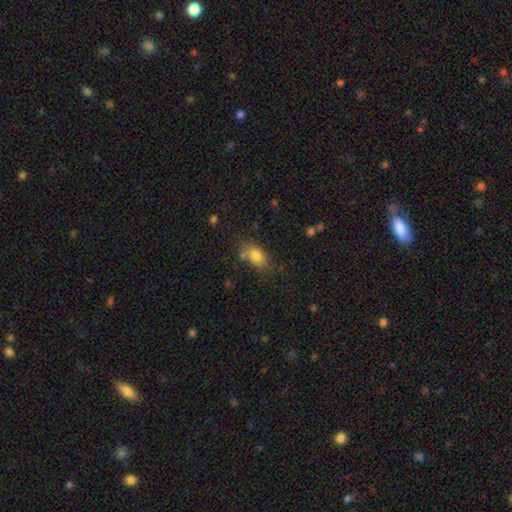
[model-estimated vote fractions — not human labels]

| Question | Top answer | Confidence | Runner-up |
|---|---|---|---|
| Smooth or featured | smooth | 80% | star or artifact (10%) |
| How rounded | in between | 81% | round (16%) |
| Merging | none | 60% | minor disturbance (21%) |